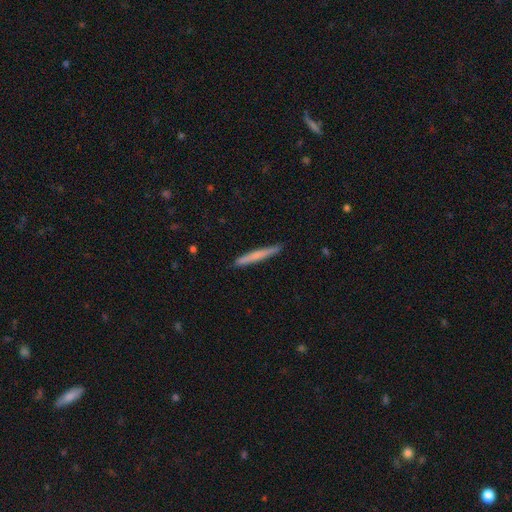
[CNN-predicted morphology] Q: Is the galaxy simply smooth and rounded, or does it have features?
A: smooth — 66%.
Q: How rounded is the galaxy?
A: cigar-shaped — 97%.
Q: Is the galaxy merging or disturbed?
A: none — 91%.